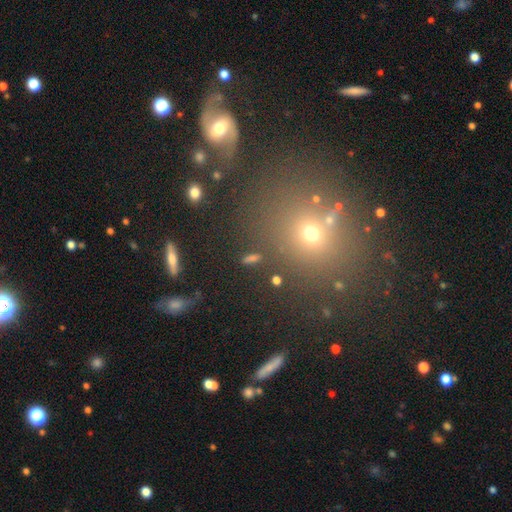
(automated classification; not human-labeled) Q: Smooth or featured?
A: smooth (52%); runner-up: star or artifact (27%)
Q: How rounded?
A: round (65%); runner-up: in between (32%)
Q: Merging?
A: none (72%); runner-up: minor disturbance (12%)